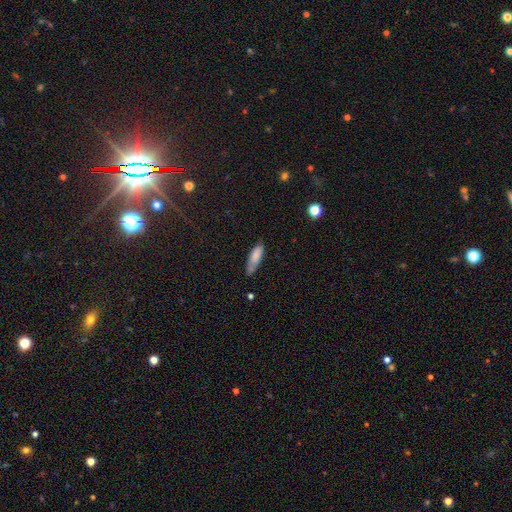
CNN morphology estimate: The model was most divided on "how rounded" (2-way tie): cigar-shaped: 49%, in between: 49%, round: 2%. More confident: smooth or featured — smooth (81%); merging — none (56%).